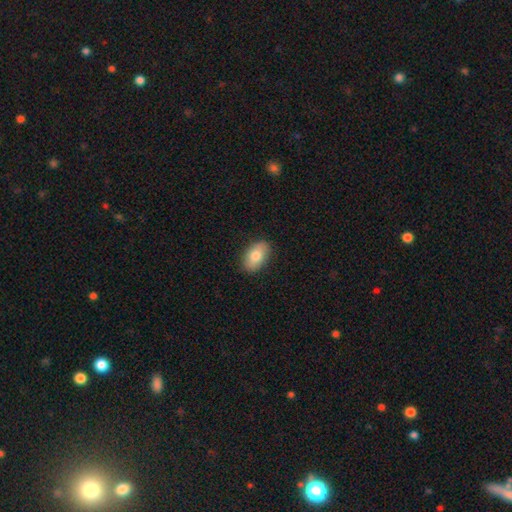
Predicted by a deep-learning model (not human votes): smooth-or-featured: smooth: 80% | featured or disk: 13% | star or artifact: 7%
  how-rounded: in between: 91% | round: 7% | cigar-shaped: 2%
  merging: none: 88% | minor disturbance: 9% | major disturbance: 2% | merger: 1%